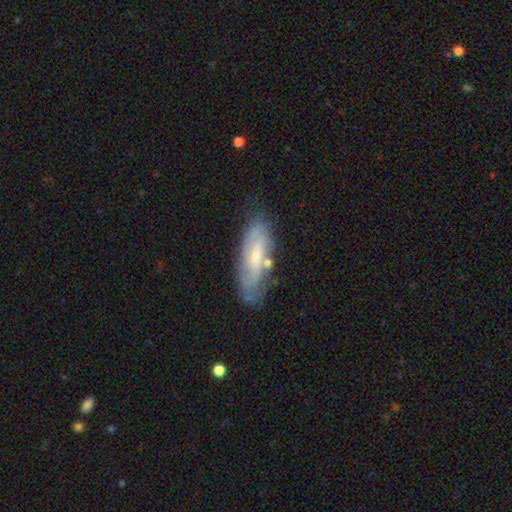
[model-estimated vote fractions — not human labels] smooth_or_featured: featured or disk (p=0.55) [alt: smooth p=0.38]
disk_edge_on: no (p=0.77) [alt: yes p=0.23]
merging: none (p=0.66) [alt: minor disturbance p=0.22]